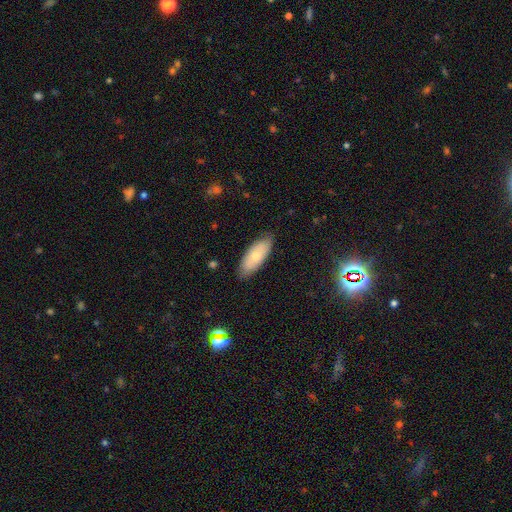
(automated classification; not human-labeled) smooth-or-featured: smooth: 69% | featured or disk: 25% | star or artifact: 6%
  how-rounded: in between: 81% | cigar-shaped: 17% | round: 2%
  merging: none: 81% | minor disturbance: 16% | major disturbance: 2% | merger: 1%